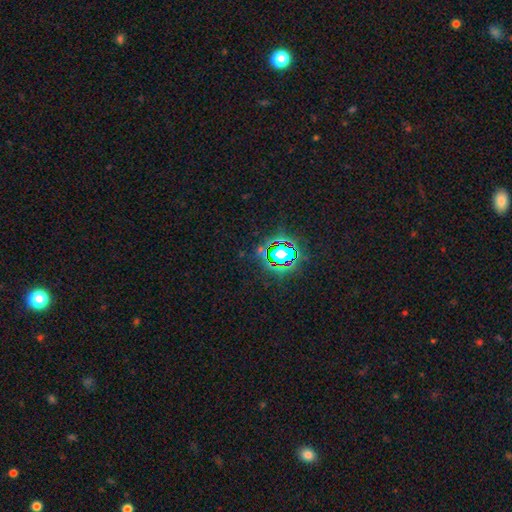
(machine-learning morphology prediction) Smooth or featured: star or artifact — 81% (smooth — 12%)